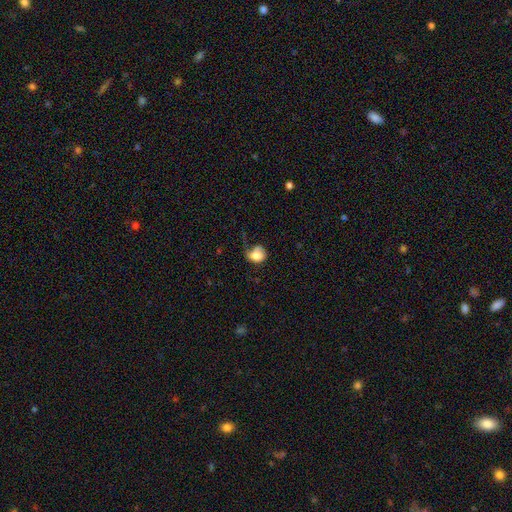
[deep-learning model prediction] A smooth galaxy with no disk features (69%) that is round (57%).

Vote fractions:
- Smooth or featured? smooth: 69% / featured or disk: 23% / star or artifact: 9%
- How rounded? round: 57% / in between: 42% / cigar-shaped: 1%
- Merging? major disturbance: 39% / minor disturbance: 28% / none: 28% / merger: 5%